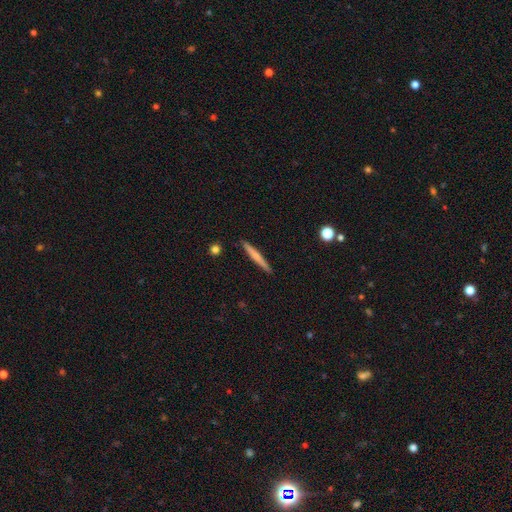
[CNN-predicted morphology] The model was most divided on "smooth or featured": smooth: 55%, featured or disk: 39%, star or artifact: 6%. More confident: how rounded — cigar-shaped (96%); merging — none (91%).